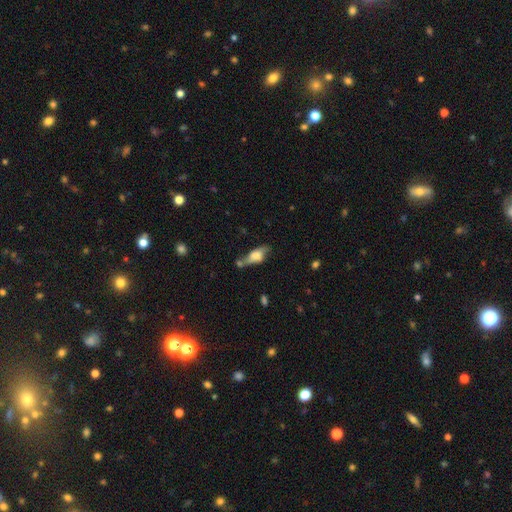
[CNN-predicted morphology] The model was most divided on "merging": none: 41%, minor disturbance: 26%, merger: 19%, major disturbance: 14%. More confident: how rounded — in between (69%); smooth or featured — smooth (56%).